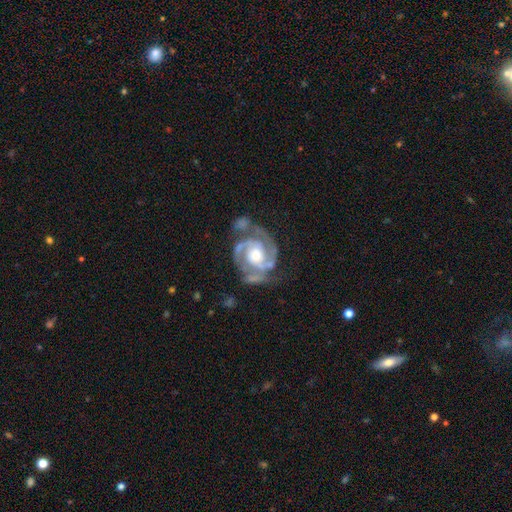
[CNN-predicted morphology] The model was most divided on "spiral winding": tight: 56%, medium: 39%, loose: 5%. More confident: spiral arms — yes (98%); edge-on disk — no (98%); smooth or featured — featured or disk (91%); spiral arm count — 2 (71%); merging — none (62%); bar — no (60%); bulge size — moderate (58%).